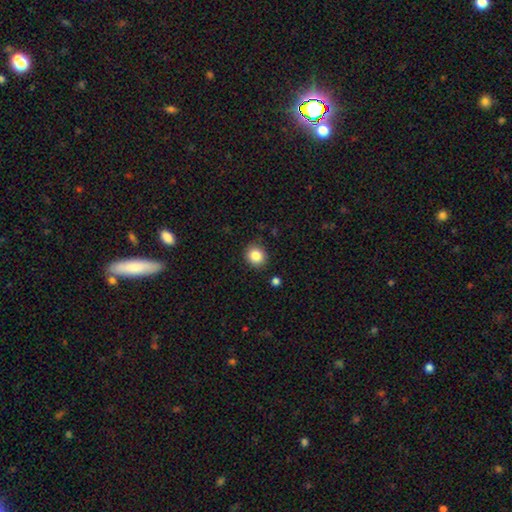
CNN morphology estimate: Smooth or featured?
  - smooth: 85% *
  - star or artifact: 10%
  - featured or disk: 5%
How rounded?
  - round: 82% *
  - in between: 18%
  - cigar-shaped: 1%
Merging?
  - none: 88% *
  - minor disturbance: 8%
  - major disturbance: 2%
  - merger: 2%